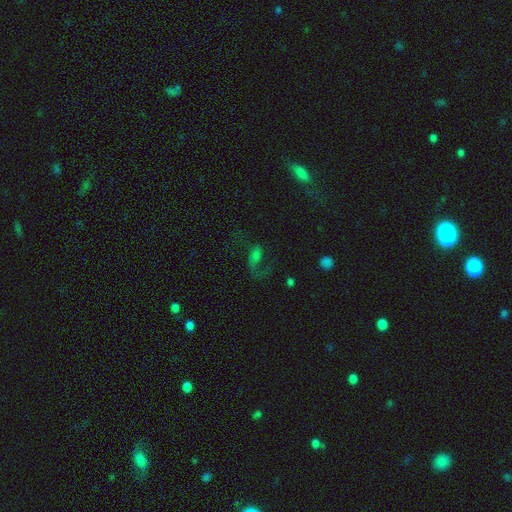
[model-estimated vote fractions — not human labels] Morphology: type=featured or disk (52%); edge-on=no (96%); merging=none (46%).